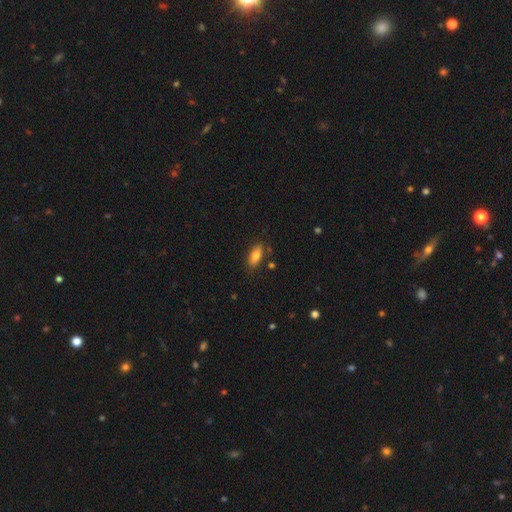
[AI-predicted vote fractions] smooth_or_featured: smooth (p=0.78) [alt: featured or disk p=0.14]
how_rounded: in between (p=0.85) [alt: cigar-shaped p=0.12]
merging: none (p=0.81) [alt: minor disturbance p=0.13]